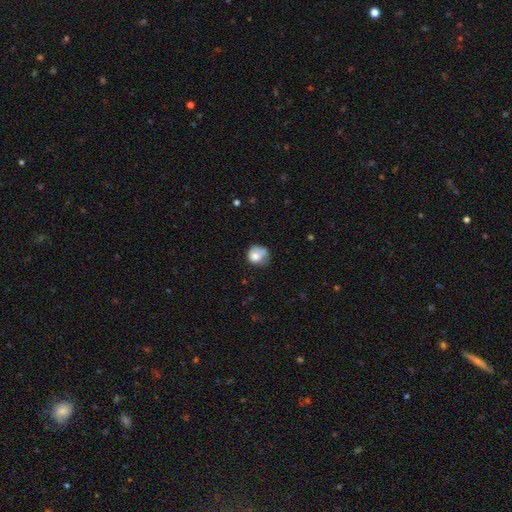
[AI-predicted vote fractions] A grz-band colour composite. It shows a smooth galaxy with no disk features (73%) that is round (71%). Merging: none (35%).